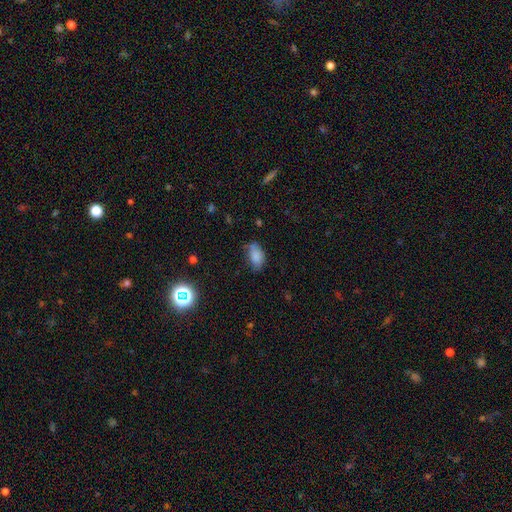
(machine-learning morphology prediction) A smooth galaxy with no disk features (82%) that is in between round and cigar-shaped (90%). Merging: none (62%).